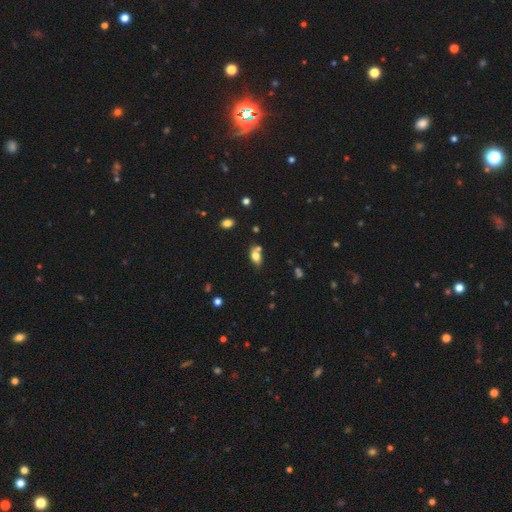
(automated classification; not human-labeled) Q: Smooth or featured?
A: smooth (75%); runner-up: featured or disk (15%)
Q: How rounded?
A: in between (84%); runner-up: round (11%)
Q: Merging?
A: none (55%); runner-up: merger (23%)